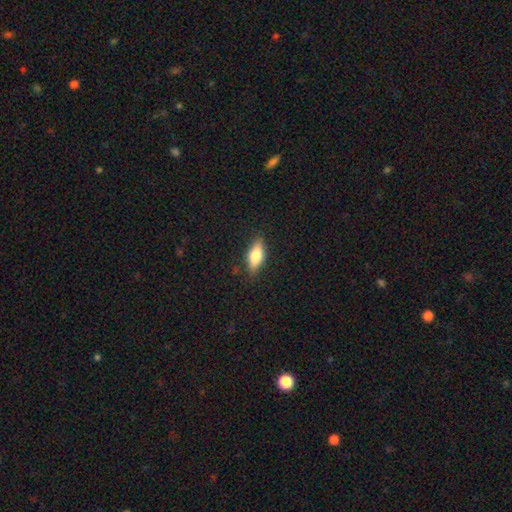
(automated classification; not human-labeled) The model was most divided on "smooth or featured": smooth: 67%, featured or disk: 26%, star or artifact: 7%. More confident: merging — none (85%); how rounded — in between (75%).